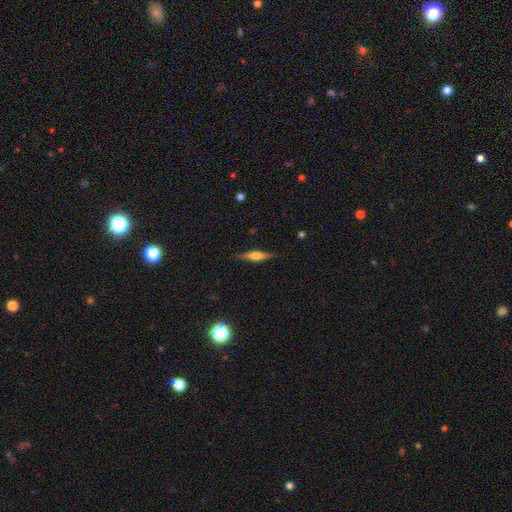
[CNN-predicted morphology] This is likely a featured or disk galaxy (65%). It is clearly viewed edge-on (97%). Edge-on bulge: likely rounded (80%). Merging: clearly none (88%).